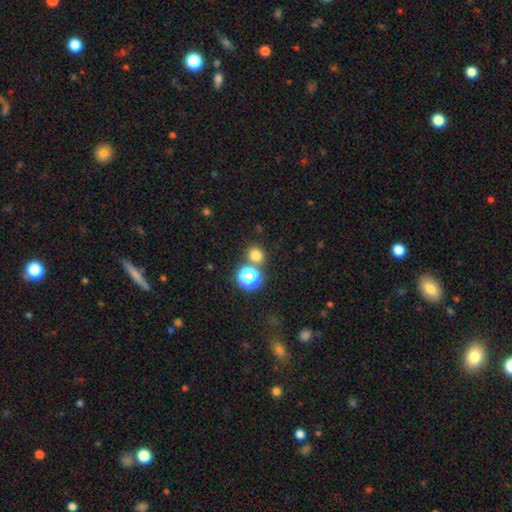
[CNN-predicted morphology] The model was most divided on "smooth or featured": smooth: 74%, star or artifact: 21%, featured or disk: 6%. More confident: how rounded — round (82%); merging — none (74%).